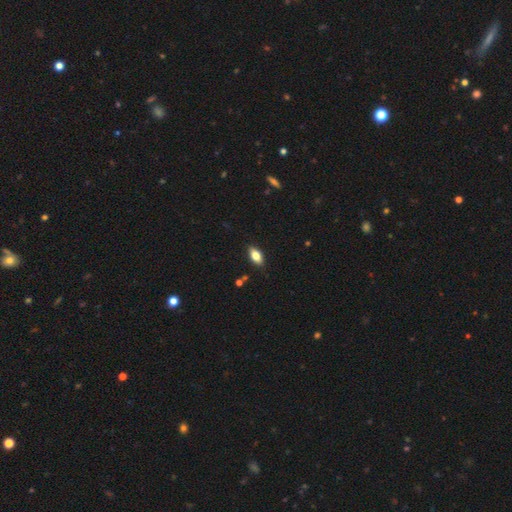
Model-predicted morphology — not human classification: Smooth or featured? Predicted: smooth (p=0.78). How rounded? Predicted: in between (p=0.89). Merging? Predicted: none (p=0.86).